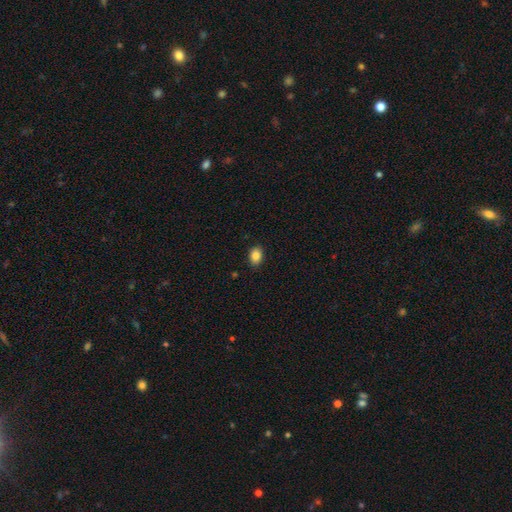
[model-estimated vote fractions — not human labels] This is clearly a smooth galaxy (85%). How rounded: likely in between (74%). Merging: clearly none (89%).